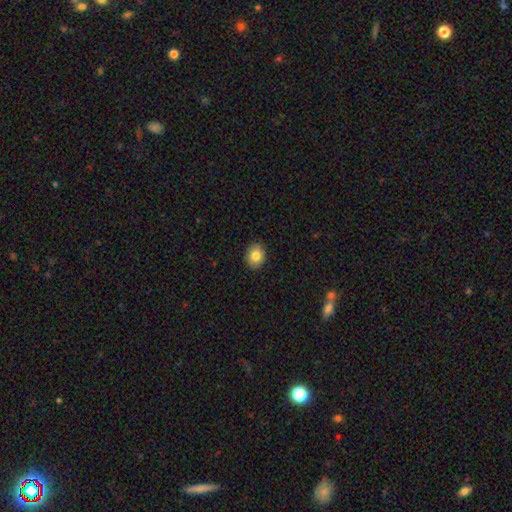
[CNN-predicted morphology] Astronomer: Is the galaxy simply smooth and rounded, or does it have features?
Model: smooth — 84%.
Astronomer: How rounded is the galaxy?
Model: in between — 50% (runner-up: round, 49%).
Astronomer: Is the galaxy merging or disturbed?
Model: none — 90%.